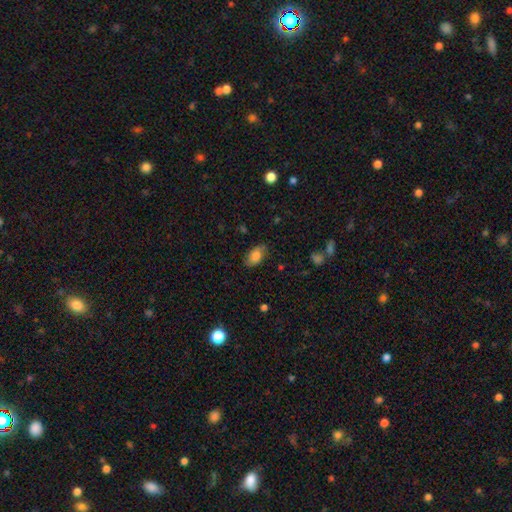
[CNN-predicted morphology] Q: Smooth or featured?
A: smooth (78%); runner-up: featured or disk (14%)
Q: How rounded?
A: in between (91%); runner-up: round (7%)
Q: Merging?
A: none (76%); runner-up: minor disturbance (18%)